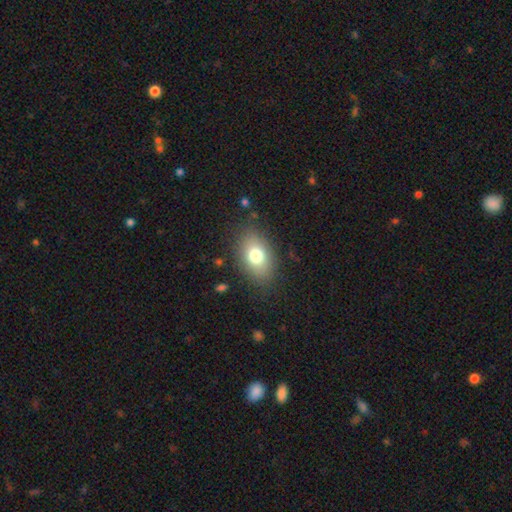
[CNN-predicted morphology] Smooth or featured? smooth (76%)
How rounded? in between (84%)
Merging? none (83%)